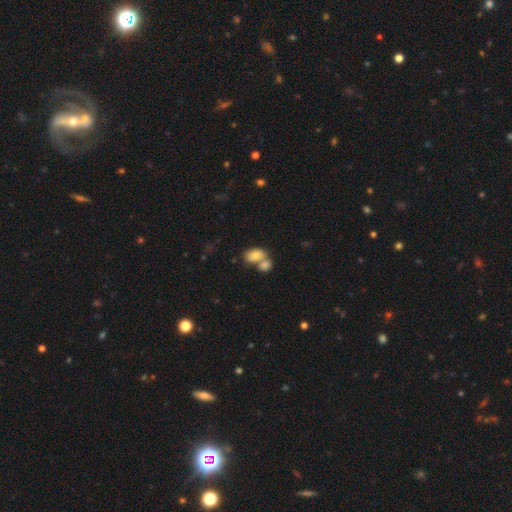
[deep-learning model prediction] smooth-or-featured: smooth: 79% | featured or disk: 12% | star or artifact: 8%
  how-rounded: in between: 85% | round: 14% | cigar-shaped: 2%
  merging: merger: 61% | none: 27% | minor disturbance: 8% | major disturbance: 4%